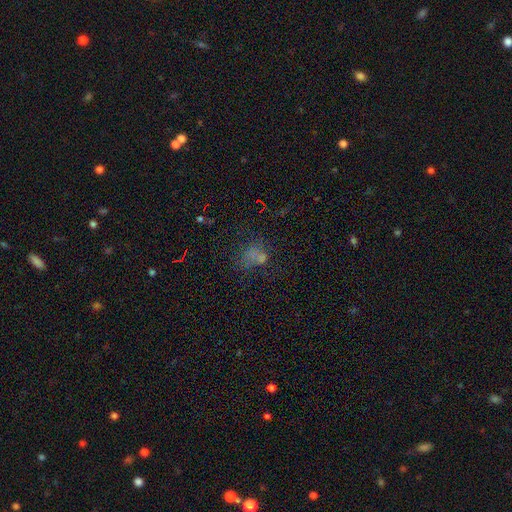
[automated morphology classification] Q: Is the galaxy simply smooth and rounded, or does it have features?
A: smooth — 51%.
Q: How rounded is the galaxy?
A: in between — 56%.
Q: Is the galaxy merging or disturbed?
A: none — 40%.